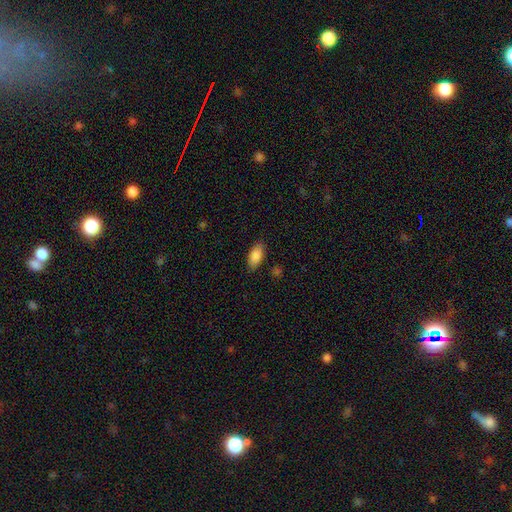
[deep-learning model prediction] A smooth galaxy with no disk features (85%) that is in between round and cigar-shaped (88%). Merging: none (84%).